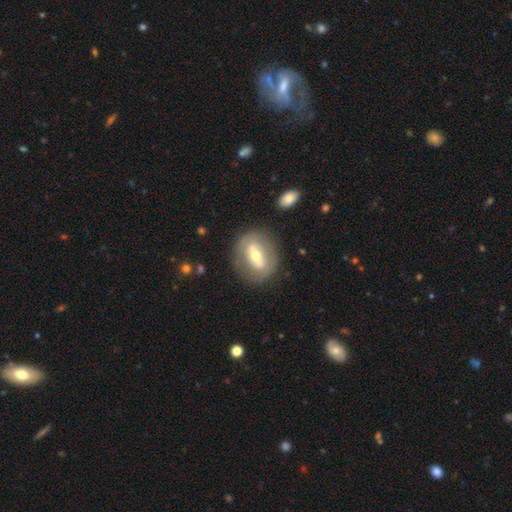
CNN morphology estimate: Overall: featured or disk (58%; smooth 35%). Edge-on disk: no (87%). Bar: strong (45%; weak 32%). Spiral arms: no (75%). Bulge size: moderate (59%; small 34%). Merging: none (80%).